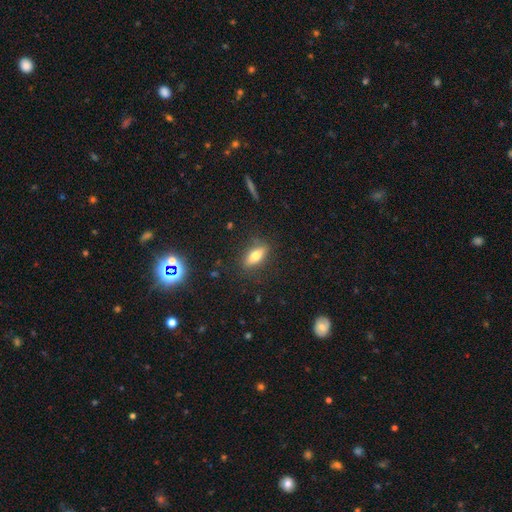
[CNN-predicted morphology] Smooth or featured?
  - smooth: 67% *
  - featured or disk: 24%
  - star or artifact: 9%
How rounded?
  - in between: 69% *
  - cigar-shaped: 26%
  - round: 5%
Merging?
  - none: 82% *
  - minor disturbance: 13%
  - major disturbance: 4%
  - merger: 1%